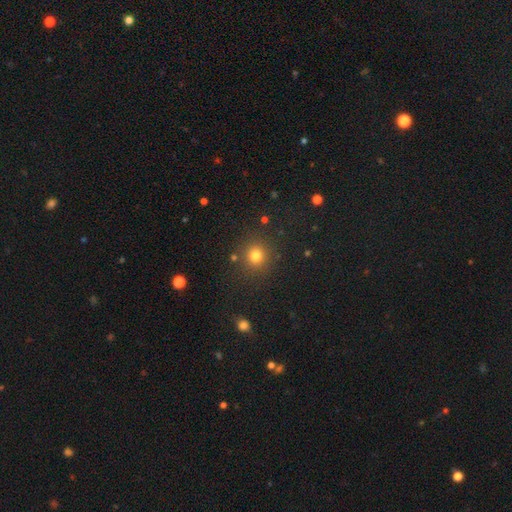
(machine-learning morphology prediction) Smooth or featured? smooth (78%)
How rounded? round (90%)
Merging? none (86%)